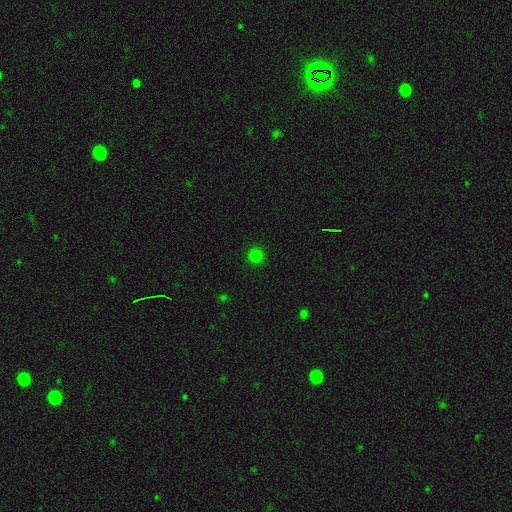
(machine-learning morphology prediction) smooth_or_featured: smooth (p=0.79) [alt: star or artifact p=0.18]
how_rounded: round (p=0.93) [alt: in between p=0.06]
merging: none (p=0.91) [alt: minor disturbance p=0.06]